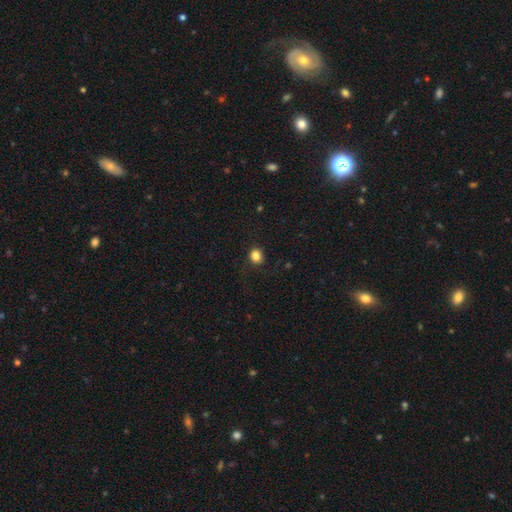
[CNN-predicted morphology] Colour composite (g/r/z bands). It shows a smooth galaxy with no disk features (85%) that is round (74%). Merging: none (84%).